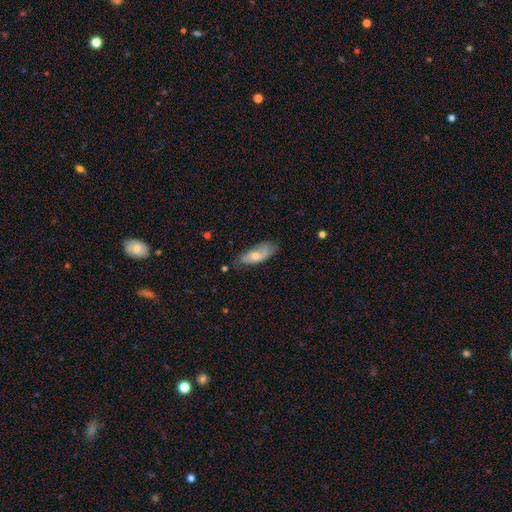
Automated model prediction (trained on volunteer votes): smooth-or-featured: smooth: 49% | featured or disk: 44% | star or artifact: 7%
  merging: none: 65% | minor disturbance: 26% | major disturbance: 6% | merger: 2%